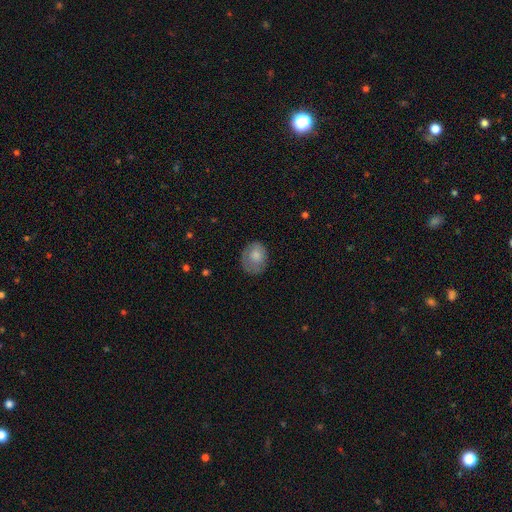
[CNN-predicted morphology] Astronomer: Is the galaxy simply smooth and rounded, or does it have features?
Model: smooth — 74%.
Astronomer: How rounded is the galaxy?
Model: round — 50% (runner-up: in between, 49%).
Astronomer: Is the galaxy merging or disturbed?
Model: none — 68%.